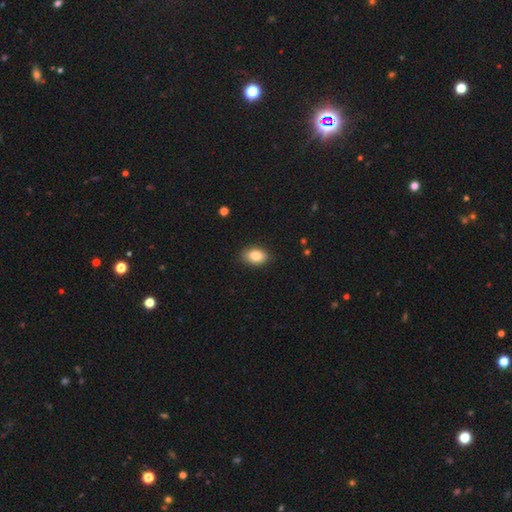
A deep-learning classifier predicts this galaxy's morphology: Smooth or featured? Predicted: smooth (p=0.85). How rounded? Predicted: in between (p=0.87). Merging? Predicted: none (p=0.87).